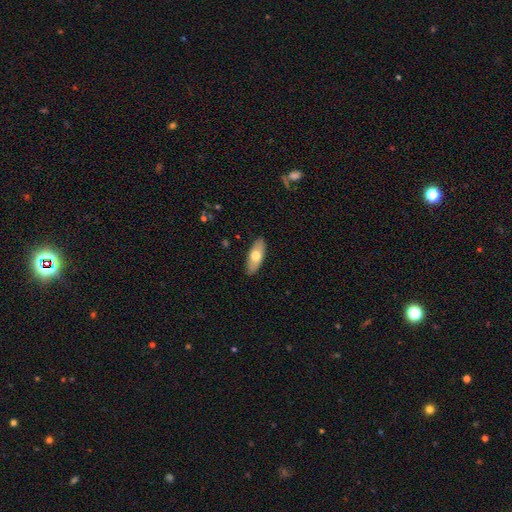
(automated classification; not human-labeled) The model was most divided on "smooth or featured": smooth: 66%, featured or disk: 28%, star or artifact: 6%. More confident: merging — none (88%); how rounded — in between (78%).